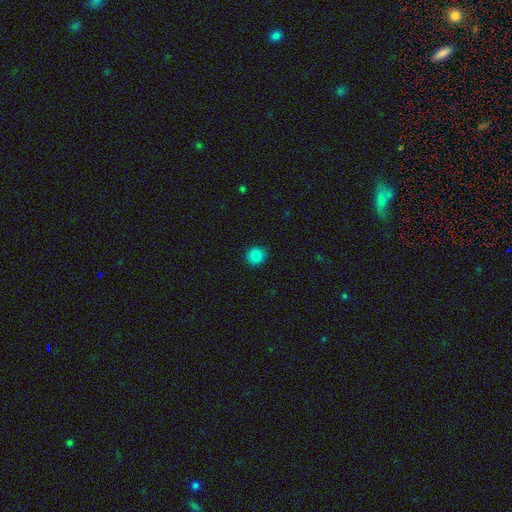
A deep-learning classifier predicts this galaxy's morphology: Q: Smooth or featured?
A: smooth (85%); runner-up: star or artifact (11%)
Q: How rounded?
A: round (92%); runner-up: in between (7%)
Q: Merging?
A: none (92%); runner-up: minor disturbance (6%)